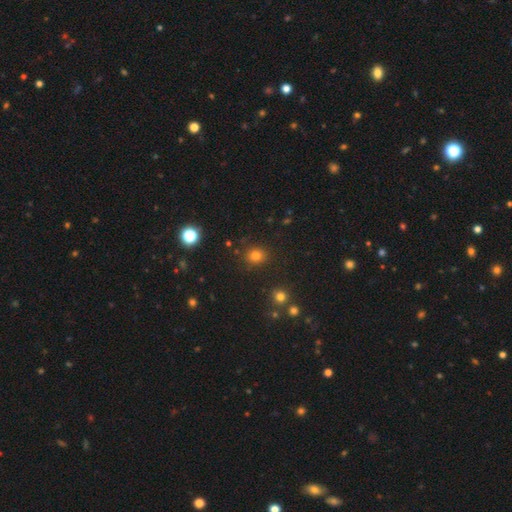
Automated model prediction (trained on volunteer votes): Overall: smooth (78%). How rounded: round (76%). Merging: none (86%).